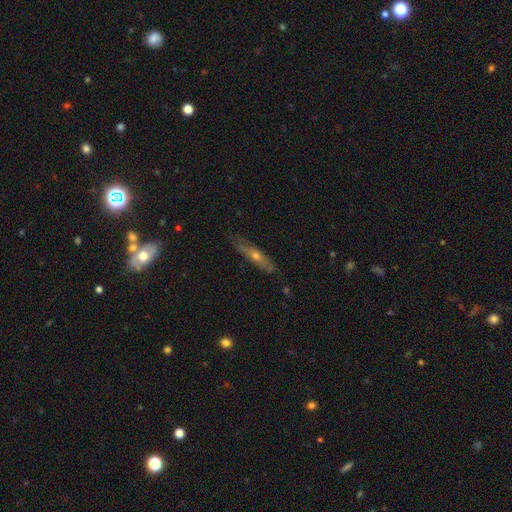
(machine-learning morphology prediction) A featured or disk galaxy (57%) viewed edge-on (74%).

Vote fractions:
- Smooth or featured? featured or disk: 57% / smooth: 35% / star or artifact: 8%
- Edge-on disk? yes: 74% / no: 26%
- Merging? none: 77% / minor disturbance: 18% / major disturbance: 4% / merger: 2%